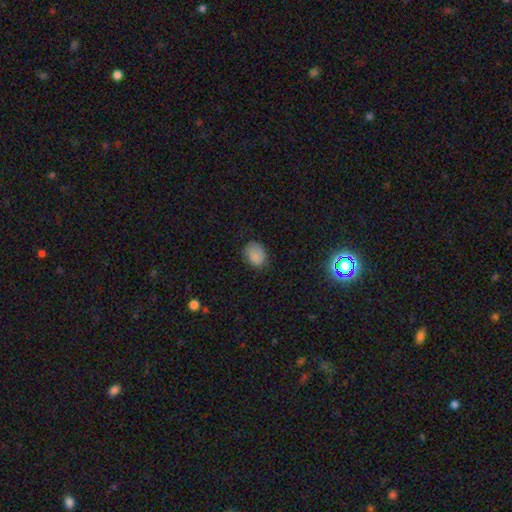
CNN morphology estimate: A smooth galaxy with no disk features (84%) that is in between round and cigar-shaped (53%).

Vote fractions:
- Smooth or featured? smooth: 84% / star or artifact: 11% / featured or disk: 6%
- How rounded? in between: 53% / round: 46% / cigar-shaped: 1%
- Merging? none: 68% / minor disturbance: 25% / major disturbance: 6% / merger: 1%